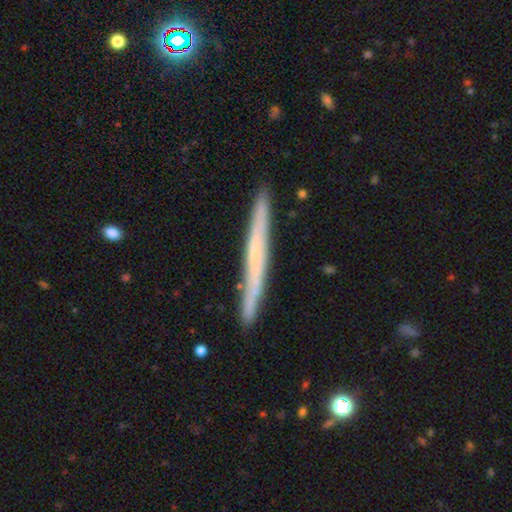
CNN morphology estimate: The model was most divided on "smooth or featured": featured or disk: 56%, smooth: 37%, star or artifact: 6%. More confident: edge-on disk — yes (95%); merging — none (88%); edge-on bulge — none (79%).